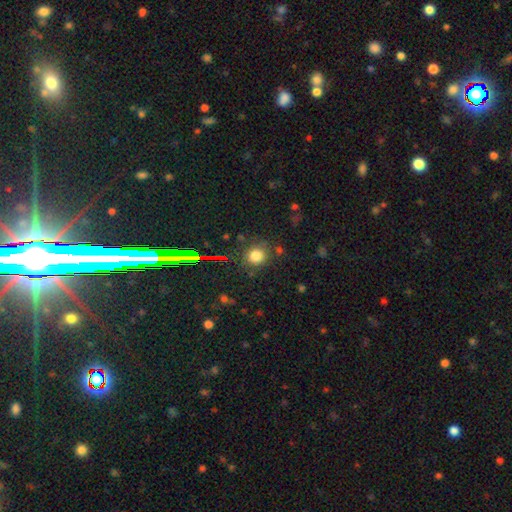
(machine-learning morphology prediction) smooth 77%, star or artifact 16%, featured or disk 7%. Down the decision tree: how rounded — round (88%); merging — none (81%).